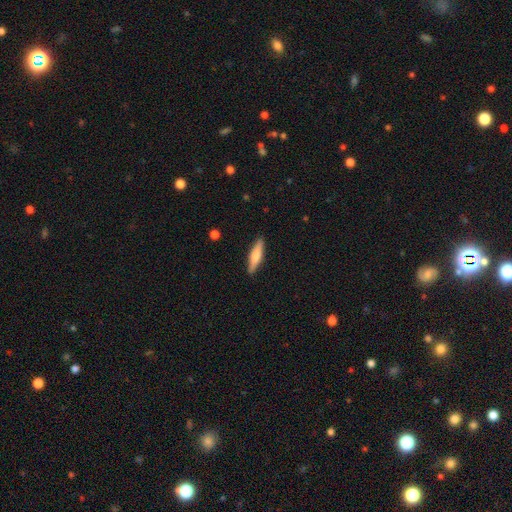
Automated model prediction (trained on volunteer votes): Smooth or featured: smooth — 62% (featured or disk — 32%)
How rounded: cigar-shaped — 75% (in between — 23%)
Merging: none — 89% (minor disturbance — 8%)